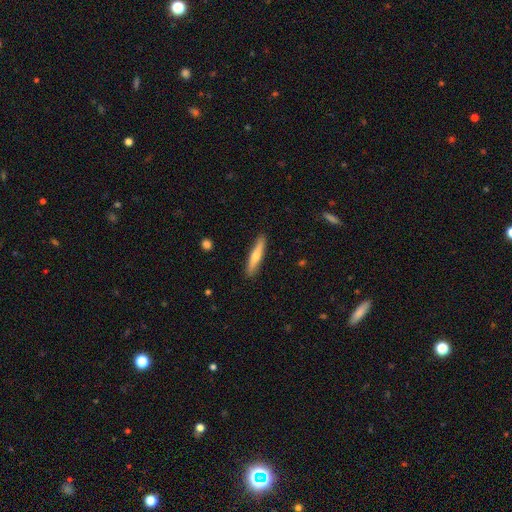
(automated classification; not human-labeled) Smooth or featured? Predicted: featured or disk (p=0.48). Merging? Predicted: none (p=0.90).